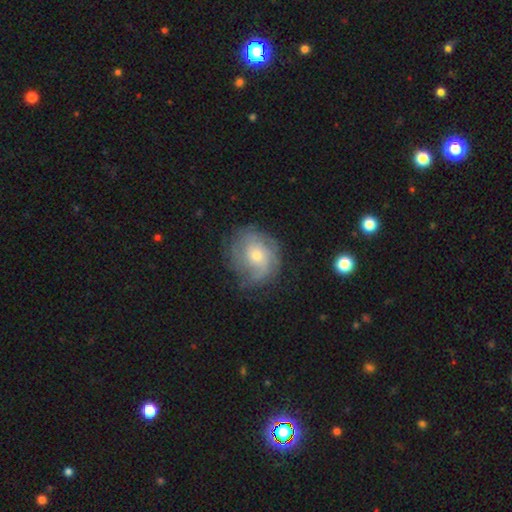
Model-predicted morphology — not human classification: smooth-or-featured: featured or disk: 69% | smooth: 23% | star or artifact: 8%
  disk-edge-on: no: 97% | yes: 3%
    bar: no: 75% | weak: 22% | strong: 3%
    has-spiral-arms: yes: 88% | no: 12%
      spiral-winding: tight: 53% | medium: 33% | loose: 14%
      spiral-arm-count: can't tell: 45% | 2: 18% | 3: 17% | 4: 8% | 1: 6% | more than 4: 5%
    bulge-size: moderate: 49% | small: 46% | large: 3% | none: 2% | dominant: 1%
  merging: none: 69% | minor disturbance: 20% | major disturbance: 10% | merger: 1%